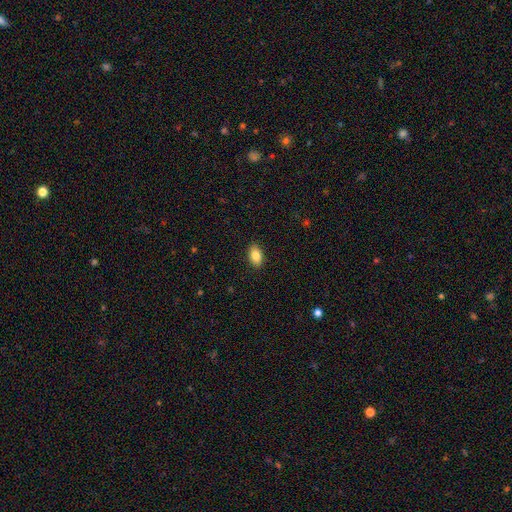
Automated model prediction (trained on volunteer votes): This is clearly a smooth galaxy (84%). How rounded: clearly in between (90%). Merging: clearly none (90%).